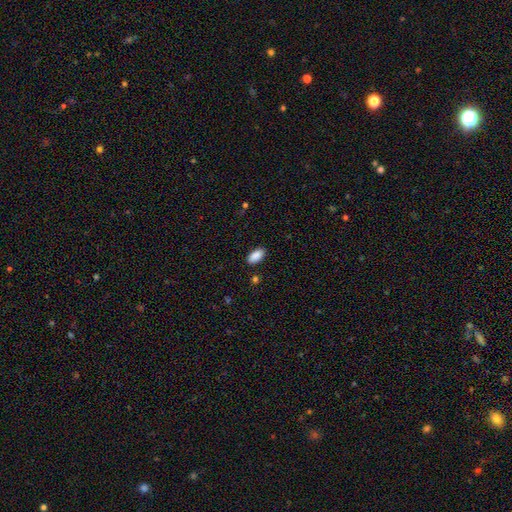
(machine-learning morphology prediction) smooth-or-featured: smooth: 89% | star or artifact: 7% | featured or disk: 4%
  how-rounded: in between: 92% | cigar-shaped: 5% | round: 2%
  merging: none: 88% | minor disturbance: 9% | major disturbance: 2% | merger: 1%